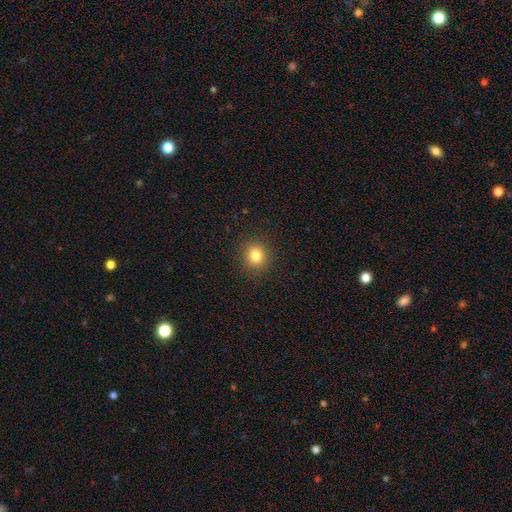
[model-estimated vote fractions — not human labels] smooth-or-featured: smooth: 82% | star or artifact: 12% | featured or disk: 6%
  how-rounded: round: 85% | in between: 14% | cigar-shaped: 1%
  merging: none: 91% | minor disturbance: 6% | major disturbance: 2% | merger: 1%